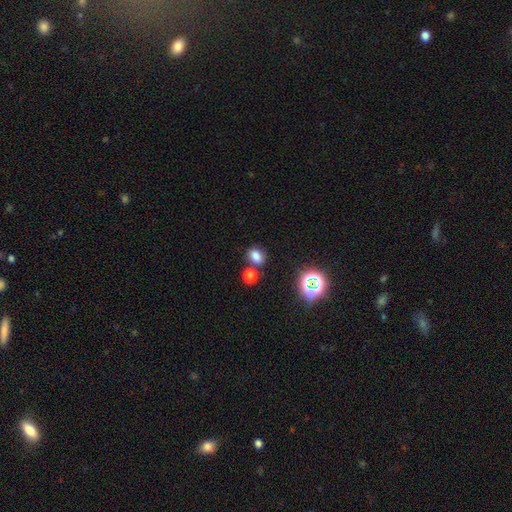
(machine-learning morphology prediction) This appears to be a smooth galaxy with no disk features (73%) that is in between round and cigar-shaped (56%). Merging: none (67%).